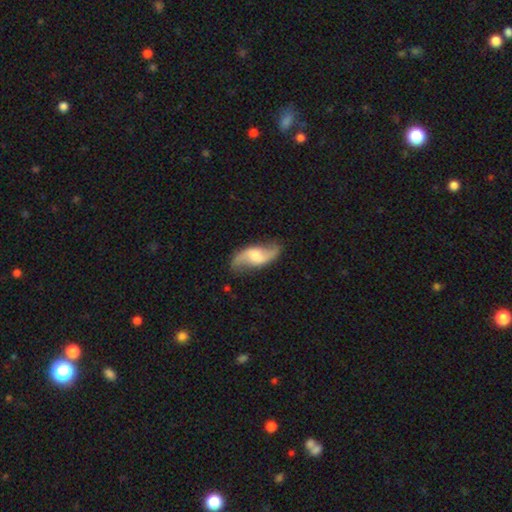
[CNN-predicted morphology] featured or disk 81%, smooth 14%, star or artifact 6%. Down the decision tree: edge-on disk — no (94%); bar — no (44%); spiral arms — yes (96%); spiral arm count — 2 (93%); spiral winding — loose (79%); bulge size — moderate (37%); merging — none (80%).